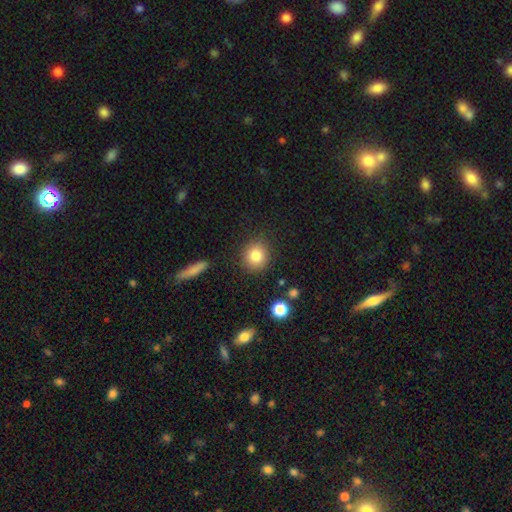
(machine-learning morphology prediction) This is clearly a smooth galaxy (83%). How rounded: clearly round (86%). Merging: clearly none (87%).